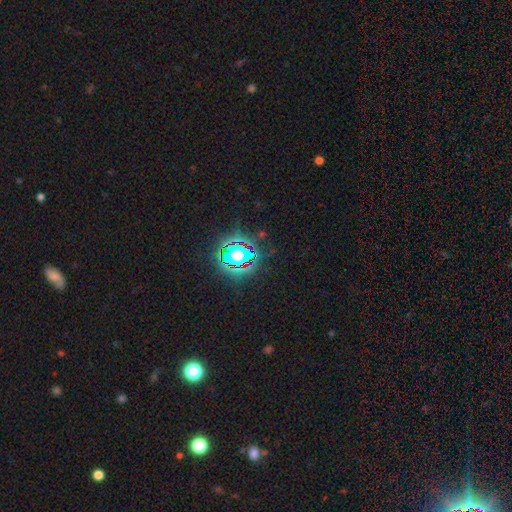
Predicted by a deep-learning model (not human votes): This is likely a star or artifact rather than a galaxy (80%).